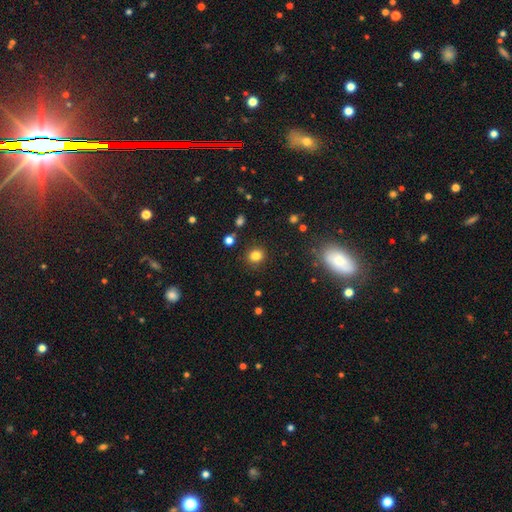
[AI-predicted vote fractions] smooth-or-featured: smooth: 81% | star or artifact: 14% | featured or disk: 5%
  how-rounded: round: 81% | in between: 18% | cigar-shaped: 1%
  merging: none: 88% | minor disturbance: 7% | major disturbance: 3% | merger: 2%